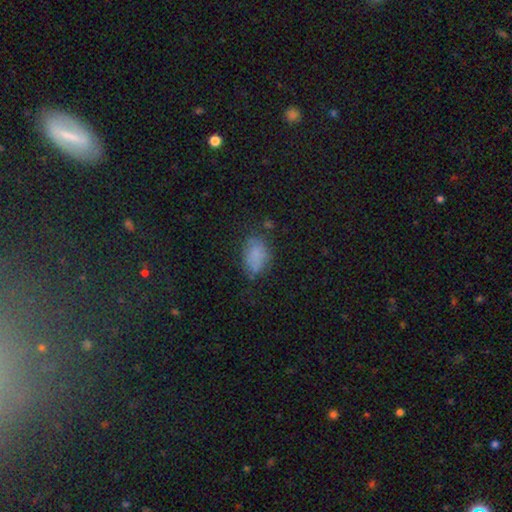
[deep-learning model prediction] The model was most divided on "merging": none: 60%, minor disturbance: 25%, major disturbance: 10%, merger: 5%. More confident: how rounded — in between (84%); smooth or featured — smooth (77%).